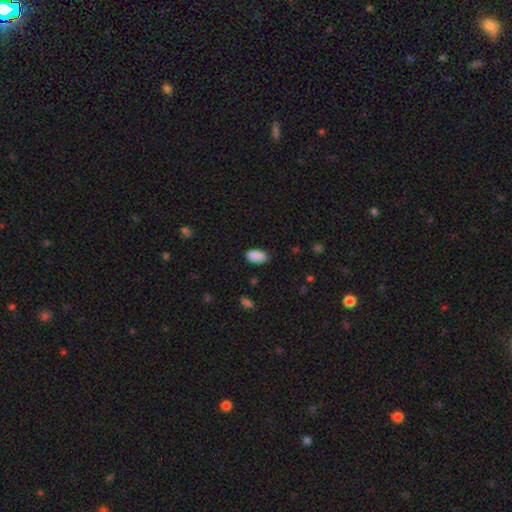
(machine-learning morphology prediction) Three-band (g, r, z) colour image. It shows a smooth galaxy with no disk features (89%) that is in between round and cigar-shaped (93%). Merging: none (79%).